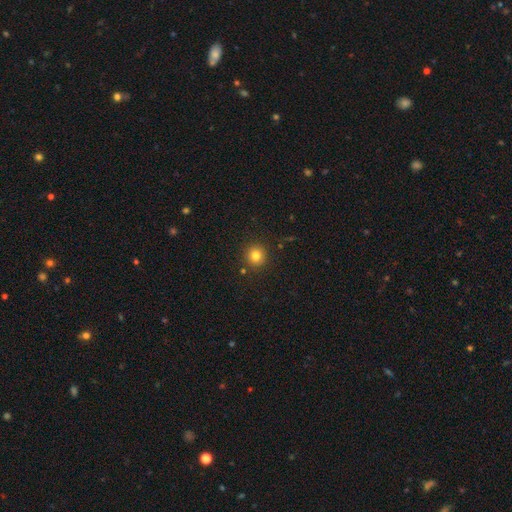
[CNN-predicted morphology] type=smooth (81%); roundness=round (93%); merging=none (89%).